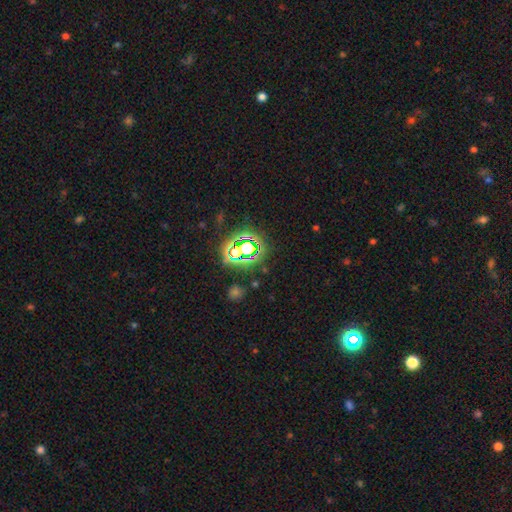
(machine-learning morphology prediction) type=star or artifact (73%).